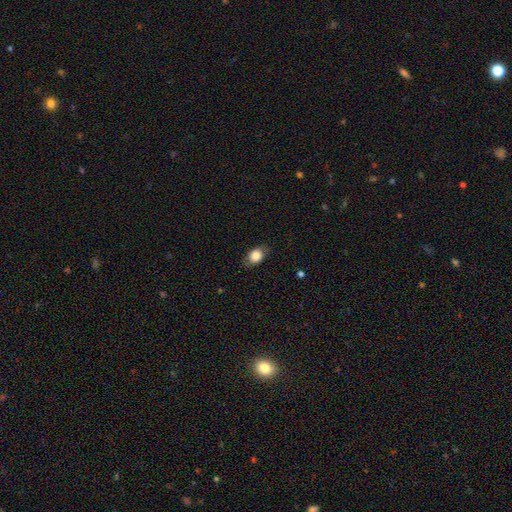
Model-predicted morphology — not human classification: Smooth or featured?
  - smooth: 82% *
  - featured or disk: 11%
  - star or artifact: 8%
How rounded?
  - in between: 74% *
  - round: 24%
  - cigar-shaped: 2%
Merging?
  - none: 78% *
  - minor disturbance: 16%
  - major disturbance: 4%
  - merger: 1%